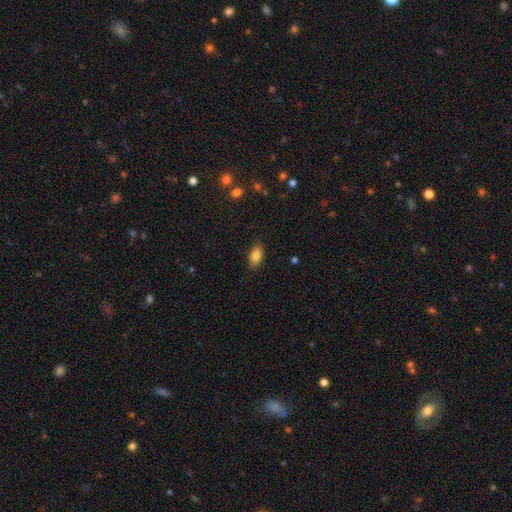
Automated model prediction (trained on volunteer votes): smooth-or-featured: smooth: 83% | featured or disk: 9% | star or artifact: 8%
  how-rounded: in between: 89% | cigar-shaped: 6% | round: 6%
  merging: none: 84% | minor disturbance: 12% | major disturbance: 3% | merger: 1%